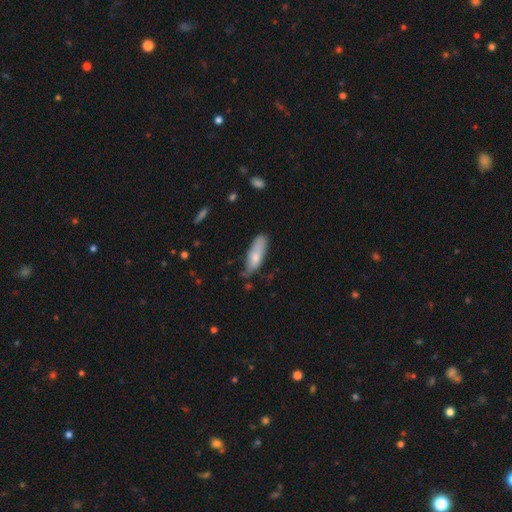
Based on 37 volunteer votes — A smooth galaxy with no disk features (70%) that is cigar-shaped (58%).

Vote fractions:
- Smooth or featured? smooth: 70% / featured or disk: 24% / star or artifact: 5%
- How rounded? cigar-shaped: 58% / in between: 42% / round: 0%
- Merging? none: 60% / minor disturbance: 20% / major disturbance: 14% / merger: 6%